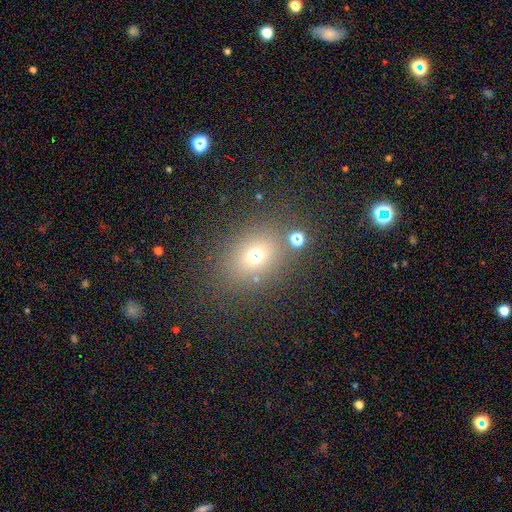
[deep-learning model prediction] The model was most divided on "how rounded": round: 51%, in between: 48%, cigar-shaped: 1%. More confident: merging — none (72%); smooth or featured — smooth (62%).